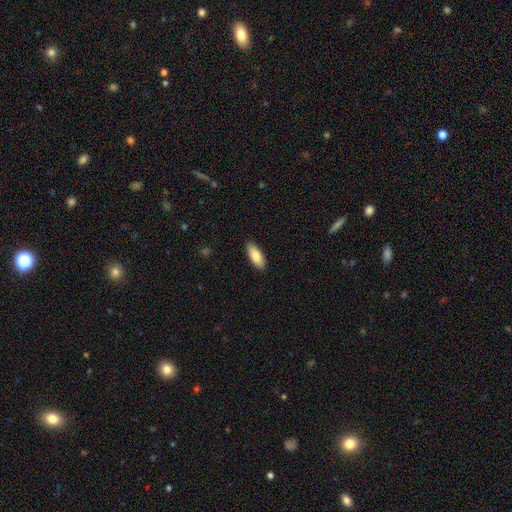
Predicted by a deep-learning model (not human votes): This appears to be a smooth galaxy with no disk features (82%) that is in between round and cigar-shaped (74%). Merging: none (90%).